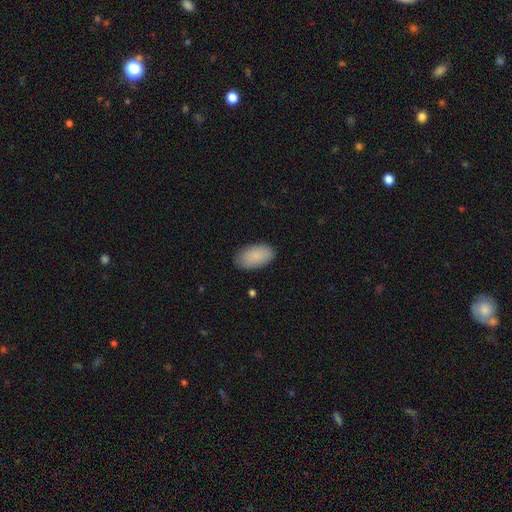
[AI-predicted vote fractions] Q: Smooth or featured?
A: smooth (88%); runner-up: star or artifact (6%)
Q: How rounded?
A: in between (95%); runner-up: round (3%)
Q: Merging?
A: none (85%); runner-up: minor disturbance (12%)